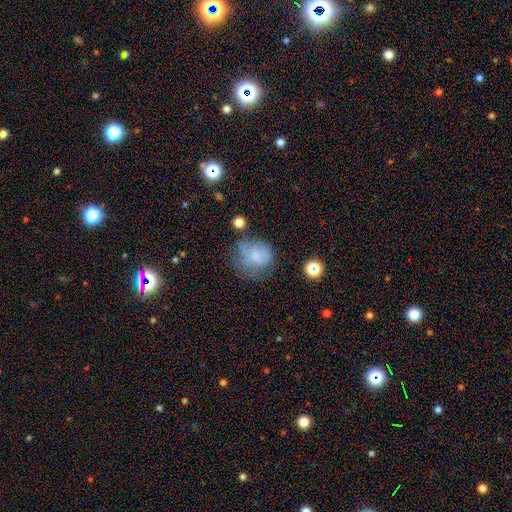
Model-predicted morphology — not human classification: type=smooth (67%); roundness=round (74%); merging=none (51%).